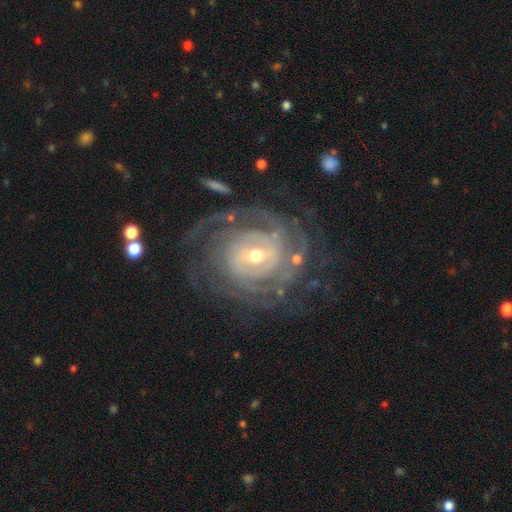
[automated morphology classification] smooth_or_featured: featured or disk (p=0.89) [alt: star or artifact p=0.06]
disk_edge_on: no (p=0.97) [alt: yes p=0.03]
bar: weak (p=0.47) [alt: no p=0.28]
has_spiral_arms: yes (p=0.96) [alt: no p=0.04]
spiral_winding: tight (p=0.75) [alt: medium p=0.20]
spiral_arm_count: can't tell (p=0.34) [alt: 4 p=0.17]
bulge_size: moderate (p=0.50) [alt: small p=0.45]
merging: none (p=0.73) [alt: minor disturbance p=0.15]